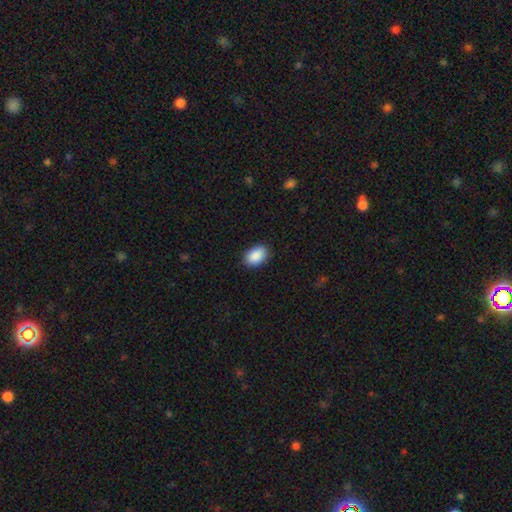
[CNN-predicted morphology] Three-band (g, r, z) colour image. It shows a smooth galaxy with no disk features (90%) that is in between round and cigar-shaped (87%). Merging: none (88%).